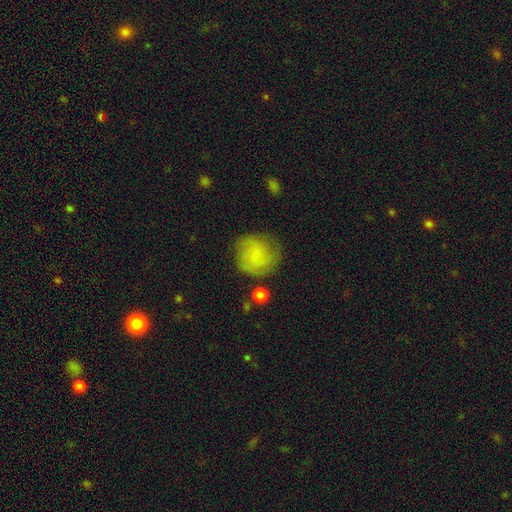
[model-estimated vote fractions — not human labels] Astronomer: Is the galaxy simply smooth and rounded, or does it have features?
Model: smooth — 68%.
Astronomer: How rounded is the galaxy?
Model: round — 88%.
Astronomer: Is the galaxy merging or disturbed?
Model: none — 69%.